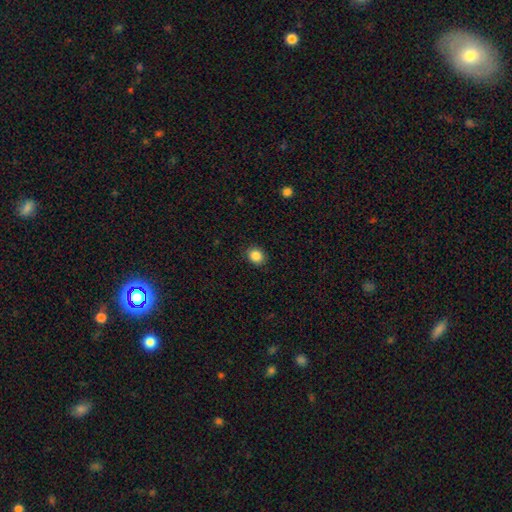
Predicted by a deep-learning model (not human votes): Overall: smooth (87%). How rounded: round (67%; in between 32%). Merging: none (89%).